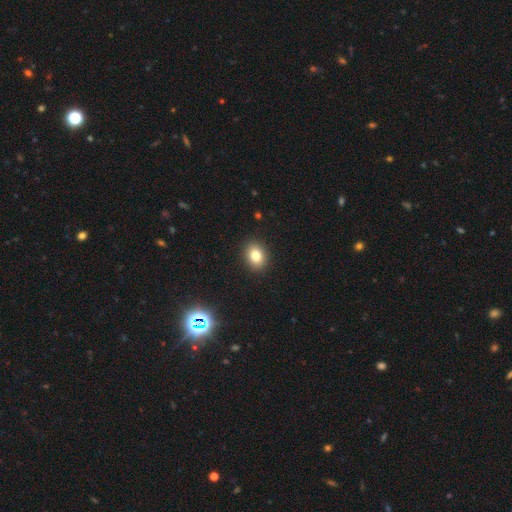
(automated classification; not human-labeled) Smooth or featured?
  - smooth: 81% *
  - star or artifact: 11%
  - featured or disk: 8%
How rounded?
  - in between: 55% *
  - round: 44%
  - cigar-shaped: 1%
Merging?
  - none: 90% *
  - minor disturbance: 7%
  - major disturbance: 2%
  - merger: 1%